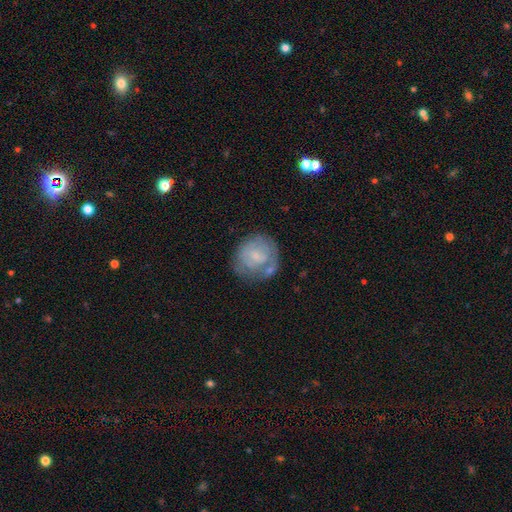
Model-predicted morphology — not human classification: This is possibly a smooth galaxy (51%). How rounded: clearly round (82%). Merging: possibly none (54%).